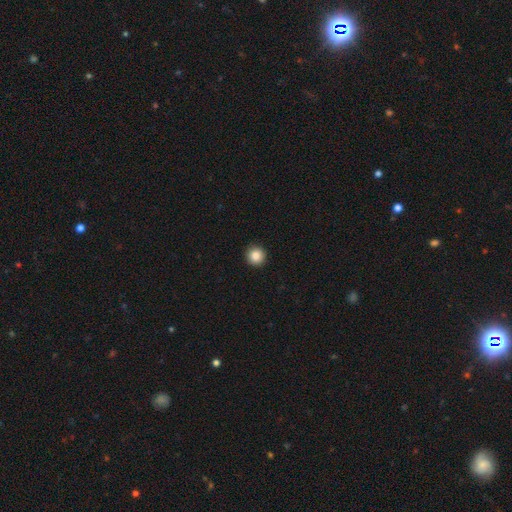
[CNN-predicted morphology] Smooth or featured?
  - smooth: 86% *
  - star or artifact: 9%
  - featured or disk: 4%
How rounded?
  - round: 96% *
  - in between: 3%
  - cigar-shaped: 1%
Merging?
  - none: 93% *
  - minor disturbance: 5%
  - major disturbance: 1%
  - merger: 1%